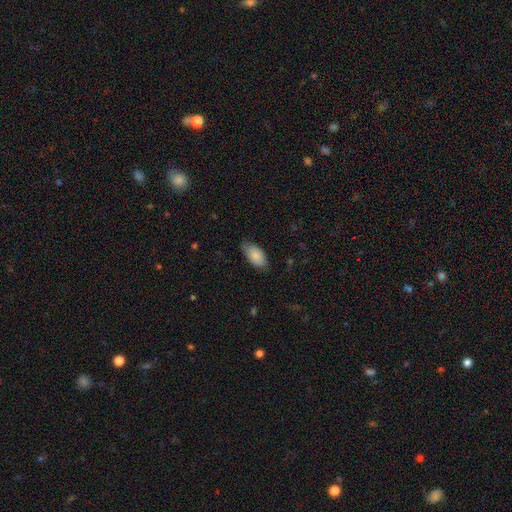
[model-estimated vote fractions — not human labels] smooth-or-featured: smooth: 83% | featured or disk: 11% | star or artifact: 6%
  how-rounded: in between: 94% | cigar-shaped: 4% | round: 3%
  merging: none: 70% | minor disturbance: 25% | major disturbance: 4% | merger: 1%